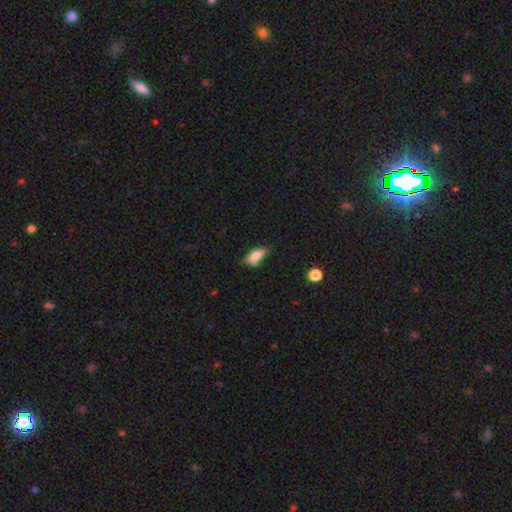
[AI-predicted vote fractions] Morphology: type=smooth (71%); roundness=in between (82%); merging=none (44%).